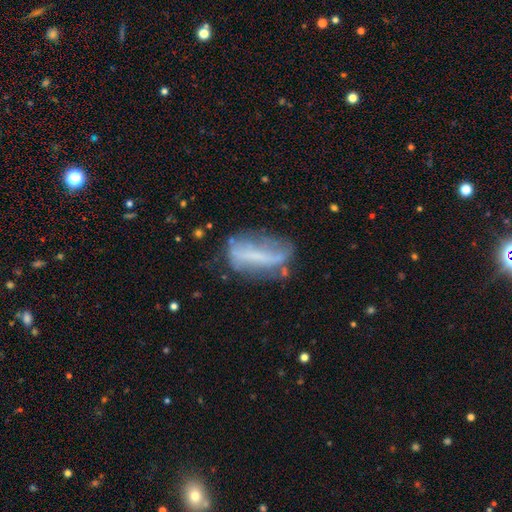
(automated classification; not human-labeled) Smooth or featured: featured or disk — 50% (smooth — 40%)
Merging: none — 45% (minor disturbance — 27%)